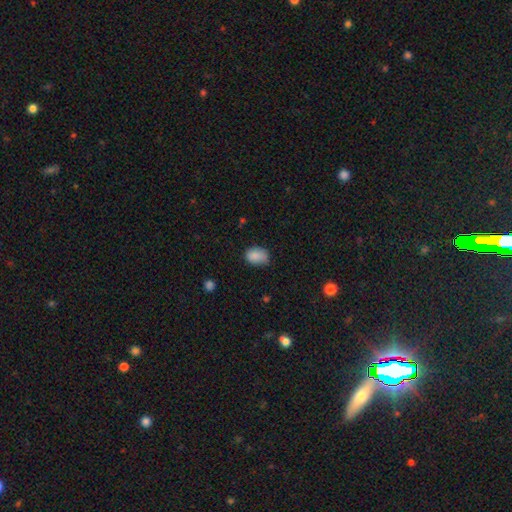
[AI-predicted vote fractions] The model was most divided on "merging": none: 63%, minor disturbance: 30%, major disturbance: 6%, merger: 2%. More confident: smooth or featured — smooth (86%); how rounded — in between (75%).